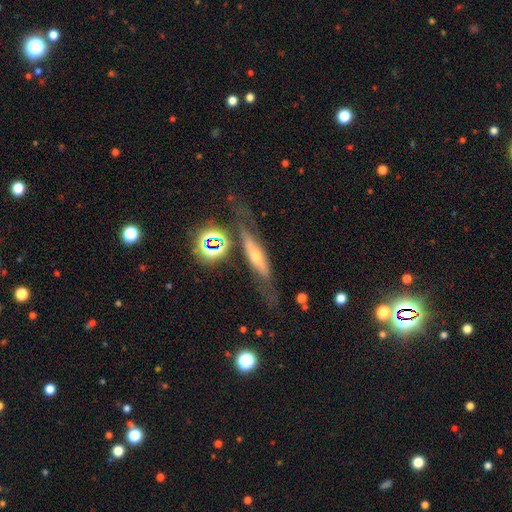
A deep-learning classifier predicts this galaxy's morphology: Overall: featured or disk (59%; smooth 27%). Edge-on disk: yes (69%; no 31%). Merging: none (62%).